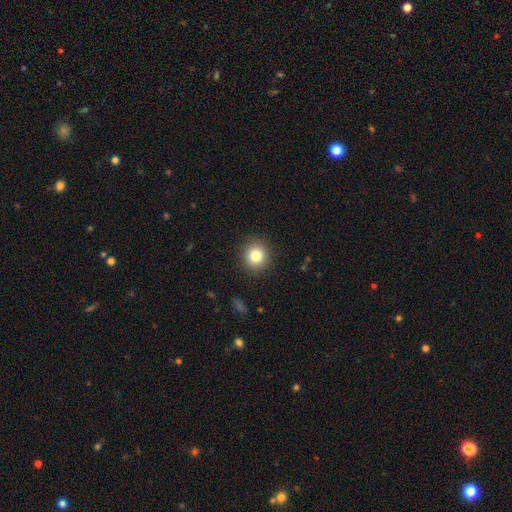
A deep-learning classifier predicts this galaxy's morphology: type=smooth (82%); roundness=round (90%); merging=none (91%).